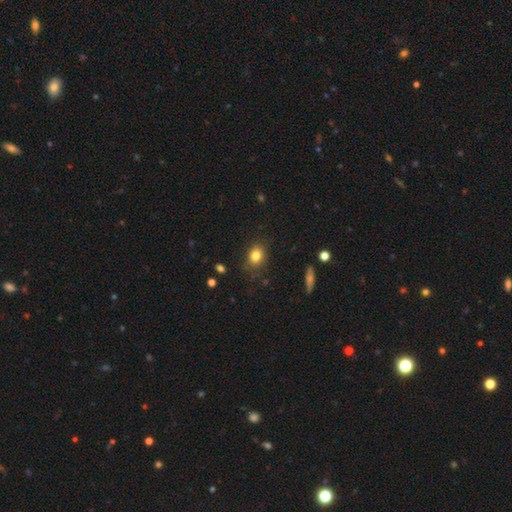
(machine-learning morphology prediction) A smooth galaxy with no disk features (82%) that is in between round and cigar-shaped (53%).

Vote fractions:
- Smooth or featured? smooth: 82% / star or artifact: 10% / featured or disk: 8%
- How rounded? in between: 53% / round: 45% / cigar-shaped: 1%
- Merging? none: 80% / minor disturbance: 14% / major disturbance: 4% / merger: 2%